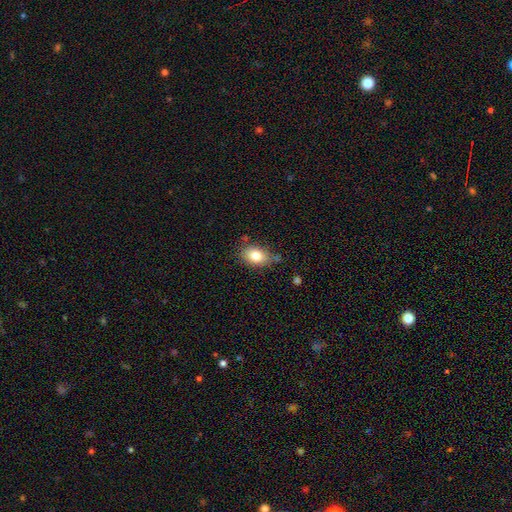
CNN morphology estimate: smooth 83%, featured or disk 9%, star or artifact 8%. Down the decision tree: how rounded — in between (83%); merging — none (71%).